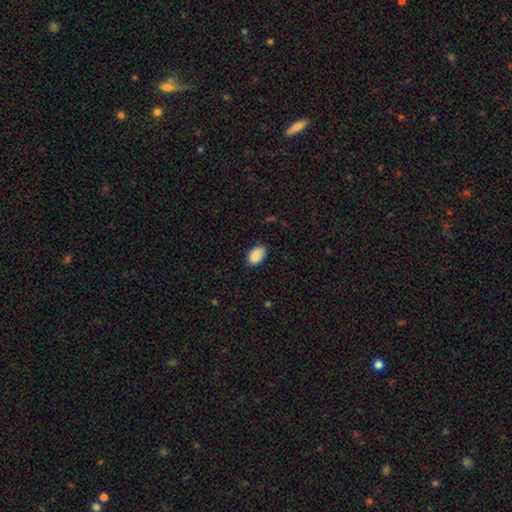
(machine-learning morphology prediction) Smooth or featured?
  - smooth: 88% *
  - star or artifact: 7%
  - featured or disk: 5%
How rounded?
  - in between: 92% *
  - round: 7%
  - cigar-shaped: 1%
Merging?
  - none: 81% *
  - minor disturbance: 16%
  - major disturbance: 3%
  - merger: 1%